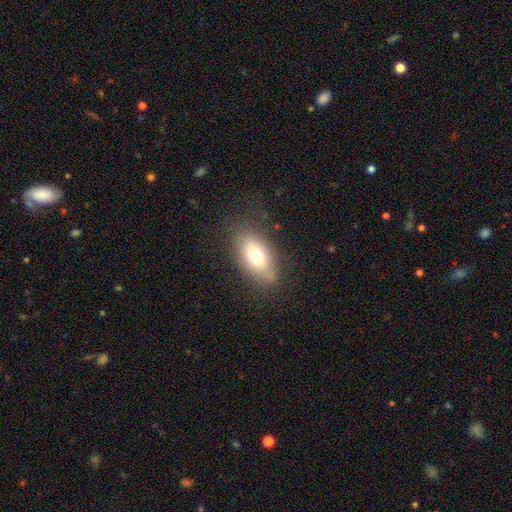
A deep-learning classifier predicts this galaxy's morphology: Q: Smooth or featured?
A: smooth (70%); runner-up: featured or disk (21%)
Q: How rounded?
A: in between (86%); runner-up: round (9%)
Q: Merging?
A: none (73%); runner-up: minor disturbance (18%)